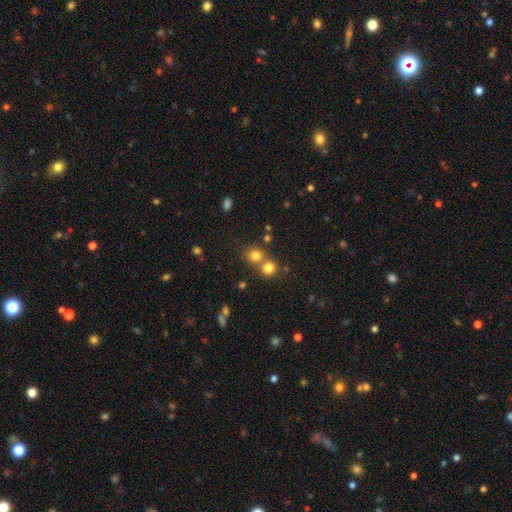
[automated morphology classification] The model was most divided on "merging": none: 54%, merger: 37%, minor disturbance: 6%, major disturbance: 3%. More confident: how rounded — round (83%); smooth or featured — smooth (78%).